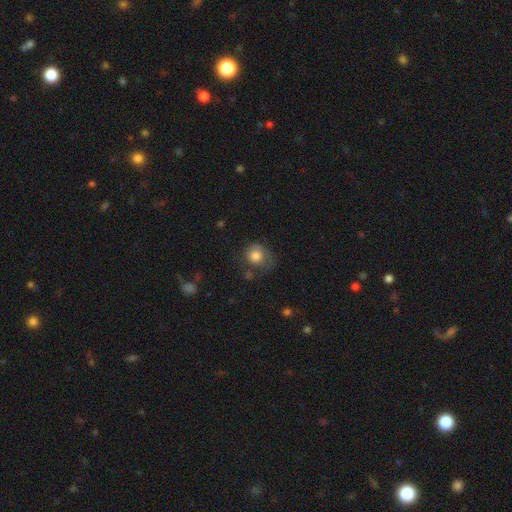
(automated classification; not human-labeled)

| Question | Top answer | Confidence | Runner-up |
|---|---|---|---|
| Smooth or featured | smooth | 76% | featured or disk (15%) |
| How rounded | round | 76% | in between (23%) |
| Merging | none | 45% | minor disturbance (29%) |